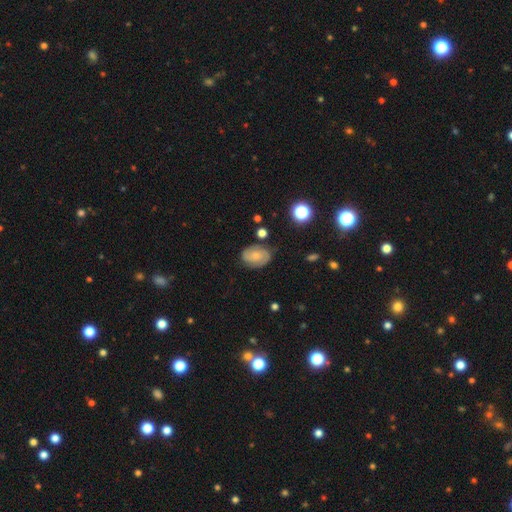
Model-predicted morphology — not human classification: Smooth or featured? featured or disk (56%)
Edge-on disk? no (97%)
Bar? no (64%)
Spiral arms? yes (89%)
Bulge size? small (50%)
Merging? none (75%)